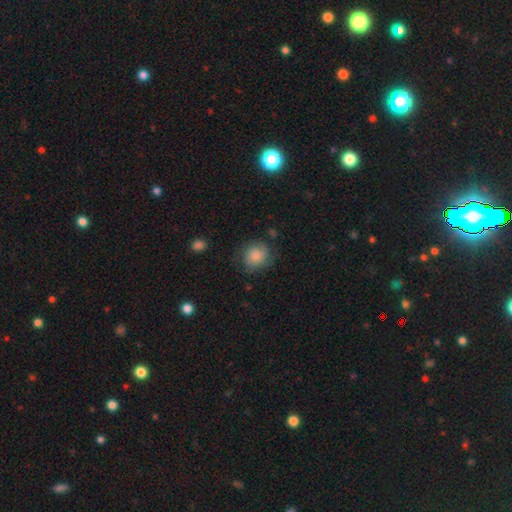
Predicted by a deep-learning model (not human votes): A smooth galaxy with no disk features (78%) that is round (79%). Merging: none (71%).